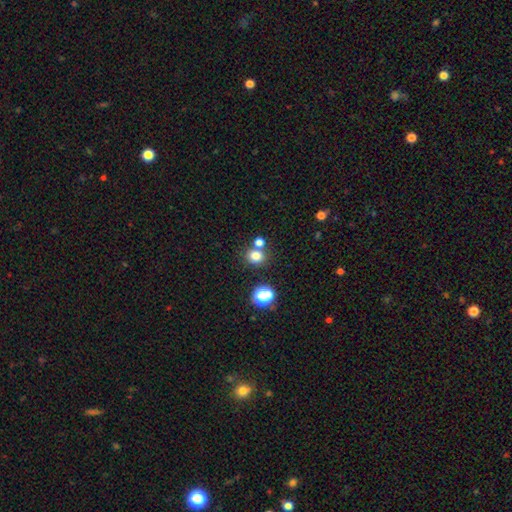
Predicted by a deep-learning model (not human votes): smooth-or-featured: smooth: 77% | star or artifact: 17% | featured or disk: 7%
  how-rounded: round: 74% | in between: 25% | cigar-shaped: 1%
  merging: none: 64% | merger: 24% | minor disturbance: 9% | major disturbance: 3%